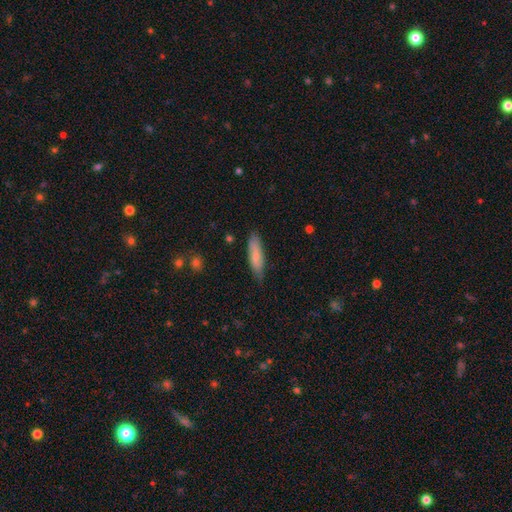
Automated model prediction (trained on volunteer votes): This appears to be a smooth galaxy with no disk features (76%) that is cigar-shaped (64%). Merging: none (78%).